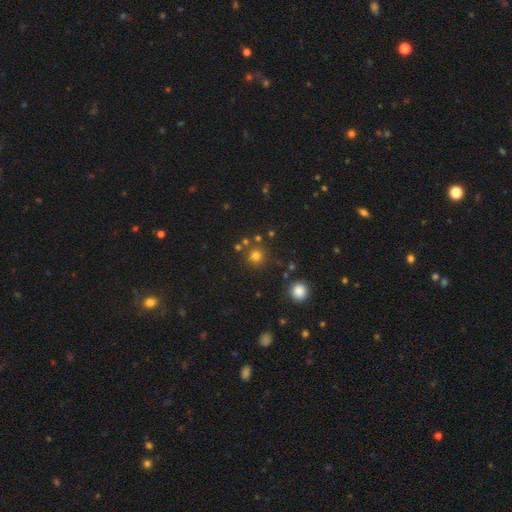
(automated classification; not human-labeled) The model was most divided on "smooth or featured": smooth: 73%, star or artifact: 19%, featured or disk: 8%. More confident: how rounded — round (93%); merging — none (80%).